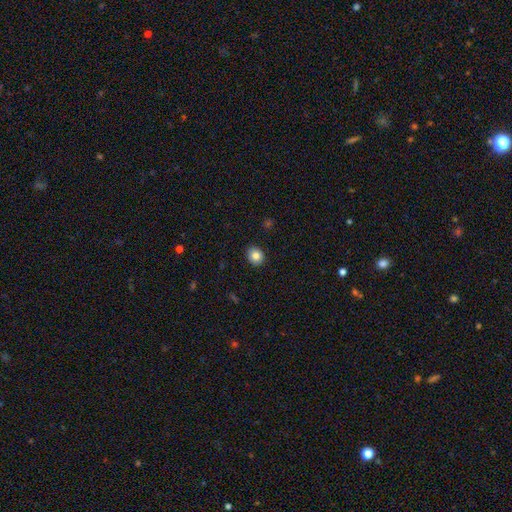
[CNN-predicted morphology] Smooth or featured: smooth — 84% (star or artifact — 9%)
How rounded: round — 72% (in between — 27%)
Merging: none — 90% (minor disturbance — 7%)